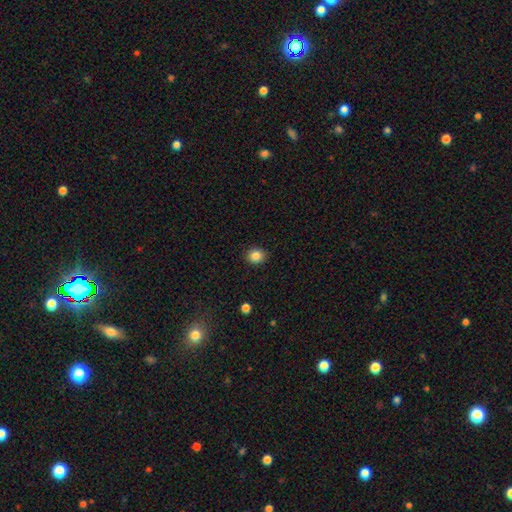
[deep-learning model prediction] This appears to be a smooth galaxy with no disk features (85%) that is round (70%). Merging: none (90%).